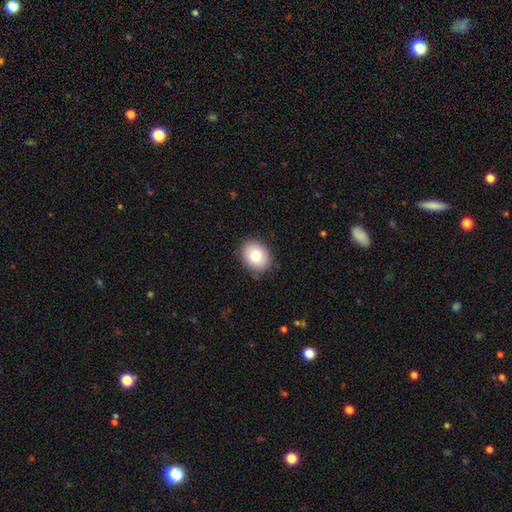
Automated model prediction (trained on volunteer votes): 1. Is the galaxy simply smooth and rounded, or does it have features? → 78% smooth, 13% featured or disk, 9% star or artifact.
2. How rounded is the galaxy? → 51% in between, 48% round, 1% cigar-shaped.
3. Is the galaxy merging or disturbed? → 85% none, 11% minor disturbance, 2% major disturbance, 1% merger.